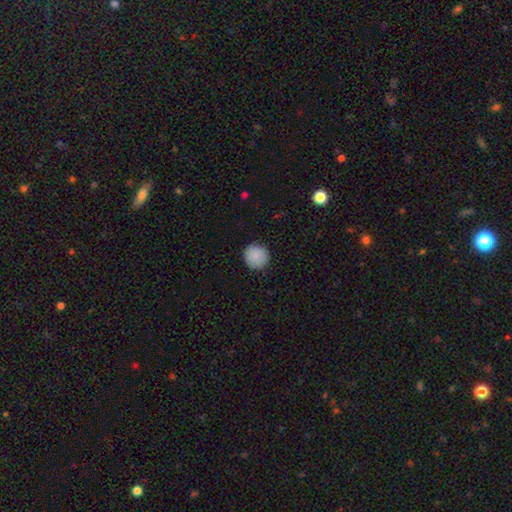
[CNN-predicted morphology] Overall: smooth (89%). How rounded: round (94%). Merging: none (91%).